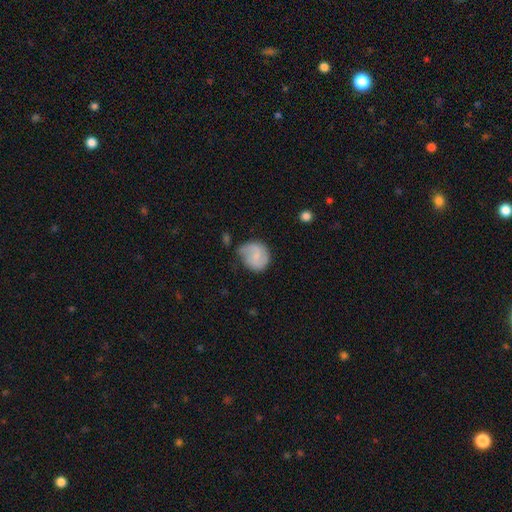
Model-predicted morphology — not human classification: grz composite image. It shows a smooth galaxy with no disk features (48%). Merging: none (51%).